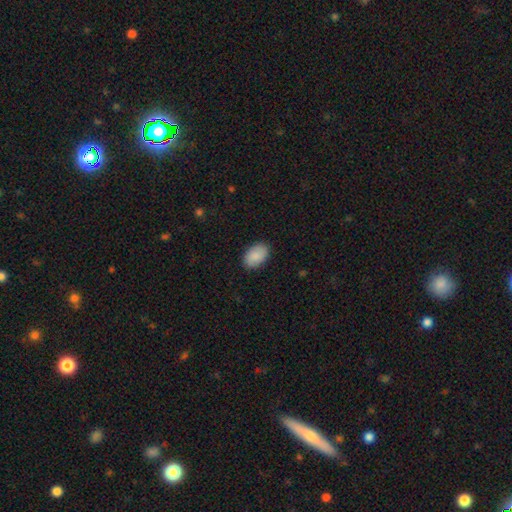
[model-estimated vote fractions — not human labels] Smooth or featured?
  - smooth: 87% *
  - featured or disk: 7%
  - star or artifact: 6%
How rounded?
  - in between: 90% *
  - round: 9%
  - cigar-shaped: 1%
Merging?
  - none: 87% *
  - minor disturbance: 10%
  - major disturbance: 2%
  - merger: 1%